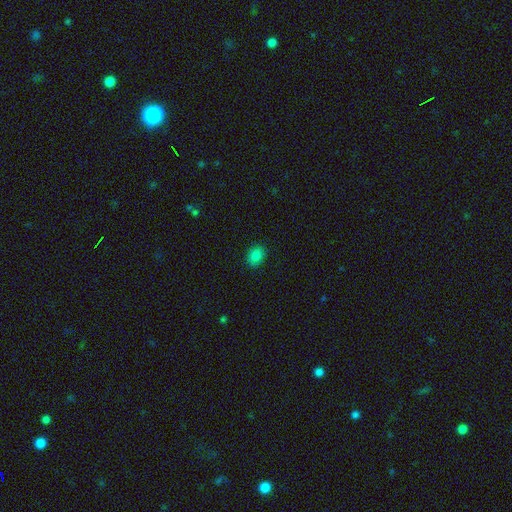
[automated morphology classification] A smooth galaxy with no disk features (84%) that is in between round and cigar-shaped (66%).

Vote fractions:
- Smooth or featured? smooth: 84% / star or artifact: 11% / featured or disk: 5%
- How rounded? in between: 66% / round: 33% / cigar-shaped: 1%
- Merging? none: 89% / minor disturbance: 8% / major disturbance: 2% / merger: 1%